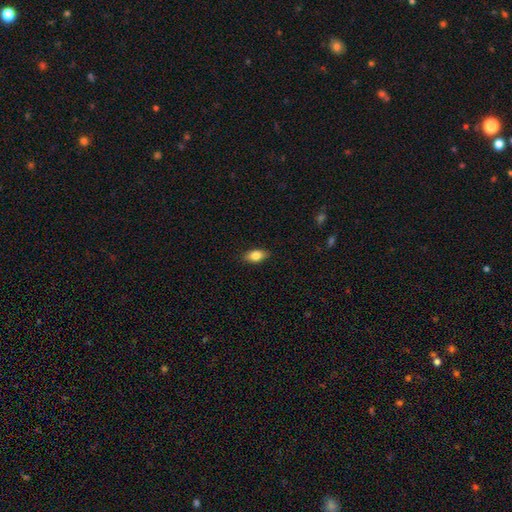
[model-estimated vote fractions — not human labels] Morphology: type=smooth (81%); roundness=in between (87%); merging=none (87%).